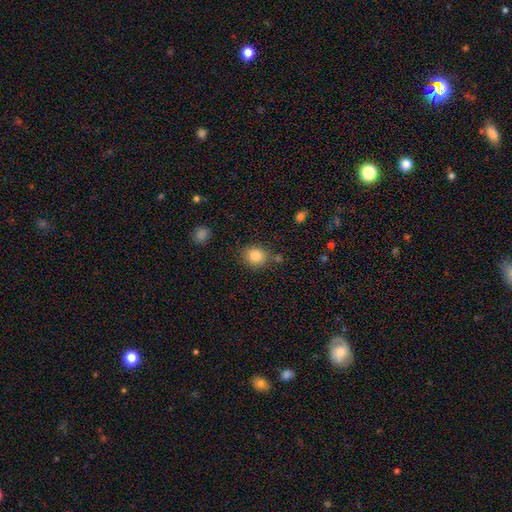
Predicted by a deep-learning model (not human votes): Smooth or featured: smooth — 85% (star or artifact — 10%)
How rounded: round — 71% (in between — 28%)
Merging: none — 76% (minor disturbance — 14%)